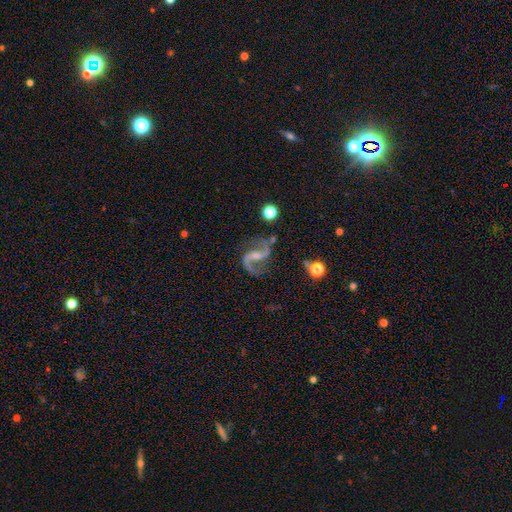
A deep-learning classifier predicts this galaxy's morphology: Smooth or featured? Predicted: featured or disk (p=0.91). Edge-on disk? Predicted: no (p=0.98). Bar? Predicted: weak (p=0.45). Spiral arms? Predicted: yes (p=0.98). Spiral winding? Predicted: loose (p=0.63). Spiral arm count? Predicted: 2 (p=0.94). Bulge size? Predicted: small (p=0.49). Merging? Predicted: none (p=0.74).